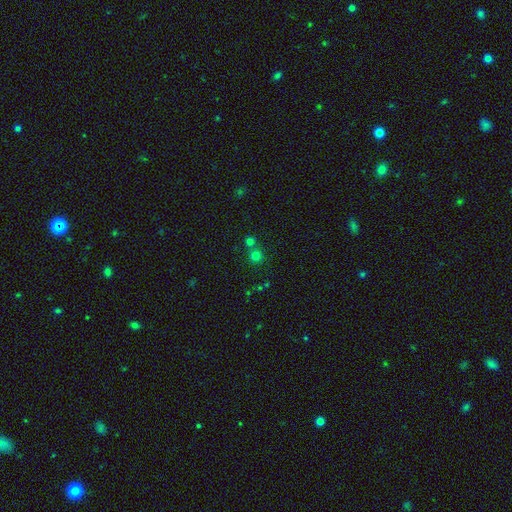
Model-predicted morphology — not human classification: smooth_or_featured: smooth (p=0.71) [alt: star or artifact p=0.22]
how_rounded: round (p=0.93) [alt: in between p=0.06]
merging: none (p=0.66) [alt: merger p=0.26]